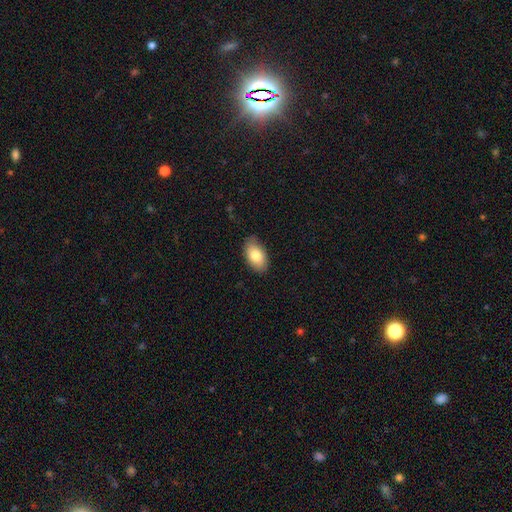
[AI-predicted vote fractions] smooth-or-featured: smooth: 81% | featured or disk: 12% | star or artifact: 7%
  how-rounded: in between: 93% | round: 5% | cigar-shaped: 2%
  merging: none: 82% | minor disturbance: 15% | major disturbance: 3% | merger: 1%